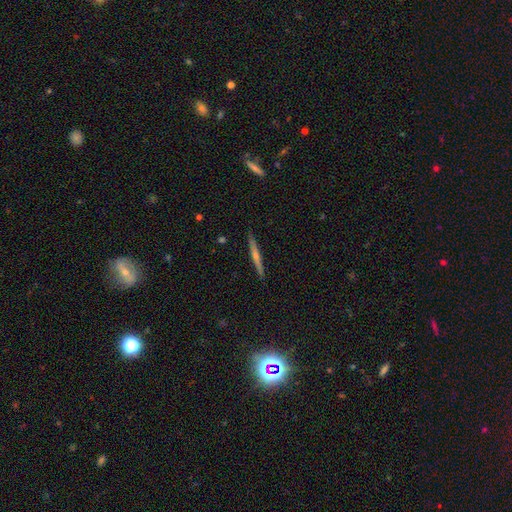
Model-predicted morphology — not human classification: smooth-or-featured: featured or disk: 64% | smooth: 22% | star or artifact: 14%
  disk-edge-on: yes: 97% | no: 3%
    edge-on-bulge: rounded: 73% | none: 20% | boxy: 7%
  merging: none: 90% | minor disturbance: 7% | major disturbance: 1% | merger: 1%